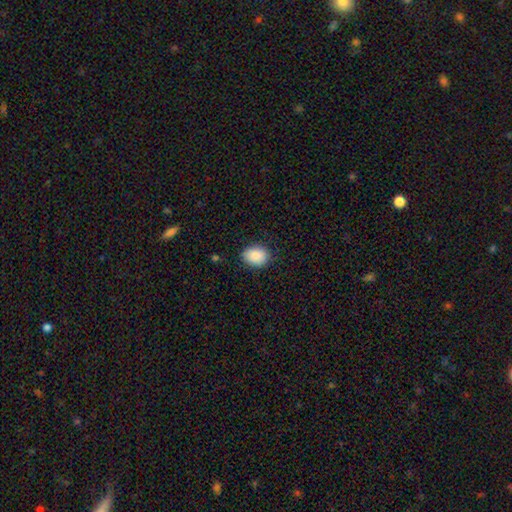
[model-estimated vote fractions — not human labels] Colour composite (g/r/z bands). It shows a smooth galaxy with no disk features (89%) that is in between round and cigar-shaped (68%). Merging: none (85%).